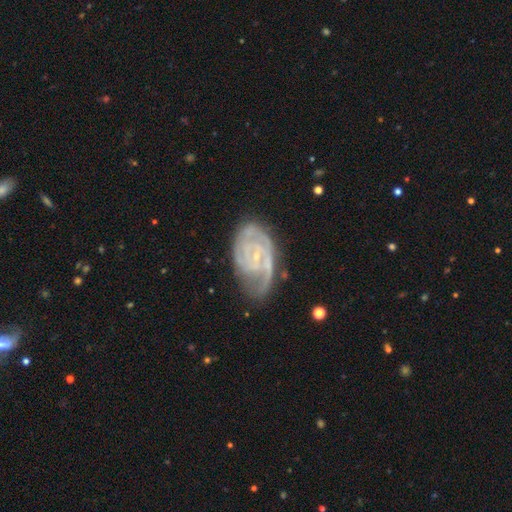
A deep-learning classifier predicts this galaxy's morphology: Q: Smooth or featured?
A: featured or disk (83%); runner-up: smooth (9%)
Q: Edge-on disk?
A: no (96%); runner-up: yes (4%)
Q: Bar?
A: no (57%); runner-up: weak (34%)
Q: Spiral arms?
A: yes (95%); runner-up: no (5%)
Q: Spiral winding?
A: tight (62%); runner-up: medium (31%)
Q: Spiral arm count?
A: 2 (40%); runner-up: can't tell (23%)
Q: Bulge size?
A: small (80%); runner-up: moderate (11%)
Q: Merging?
A: none (60%); runner-up: minor disturbance (25%)